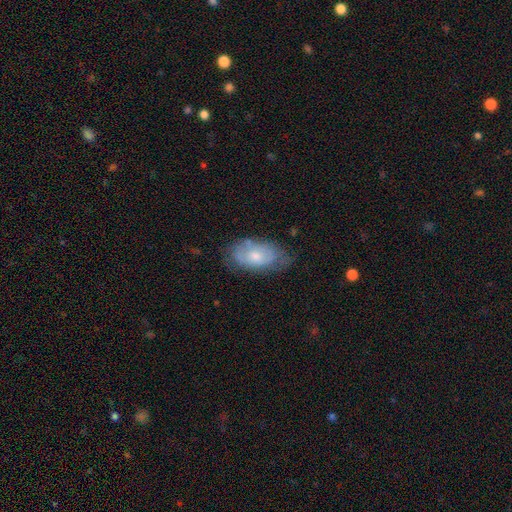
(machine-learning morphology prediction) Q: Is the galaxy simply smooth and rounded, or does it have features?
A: smooth — 50%.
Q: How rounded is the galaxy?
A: in between — 92%.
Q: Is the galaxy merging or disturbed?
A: none — 57%.